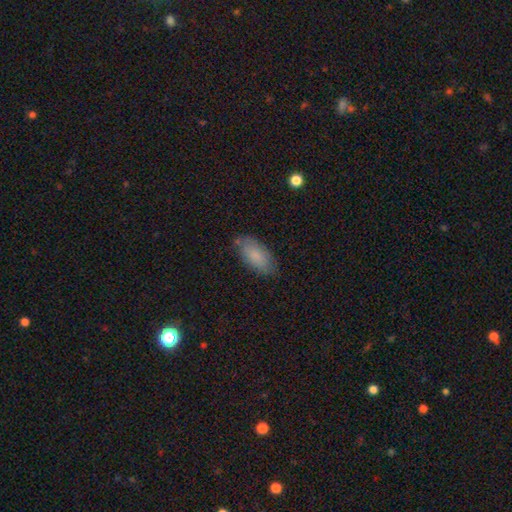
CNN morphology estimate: The model was most divided on "merging": none: 78%, minor disturbance: 17%, major disturbance: 4%, merger: 2%. More confident: how rounded — in between (90%); smooth or featured — smooth (82%).